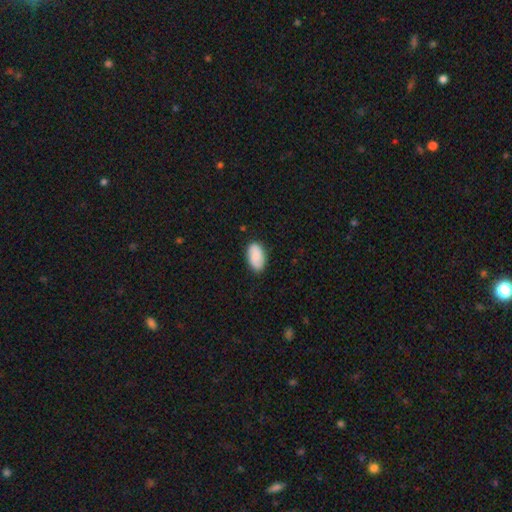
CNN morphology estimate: Smooth or featured? Predicted: smooth (p=0.85). How rounded? Predicted: in between (p=0.95). Merging? Predicted: none (p=0.85).